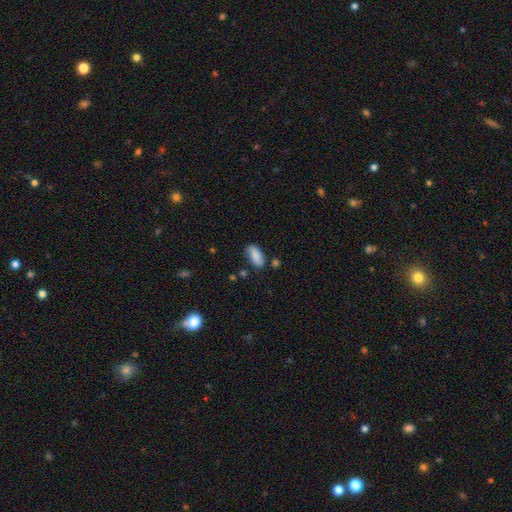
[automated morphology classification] This is likely a smooth galaxy (78%). How rounded: clearly in between (89%). Merging: likely none (68%).